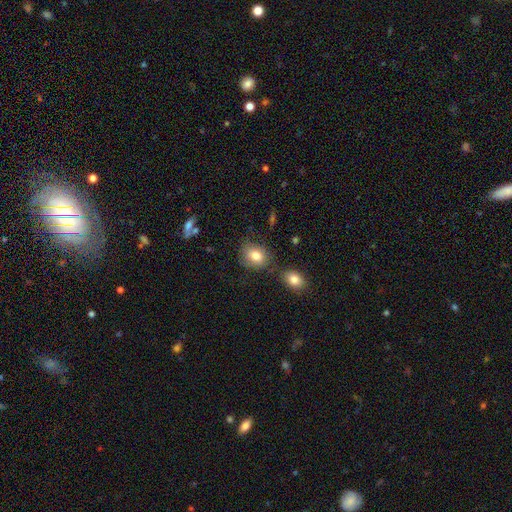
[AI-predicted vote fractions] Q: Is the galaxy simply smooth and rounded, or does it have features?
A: smooth — 81%.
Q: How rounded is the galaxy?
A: round — 50%.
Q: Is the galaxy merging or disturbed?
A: none — 71%.